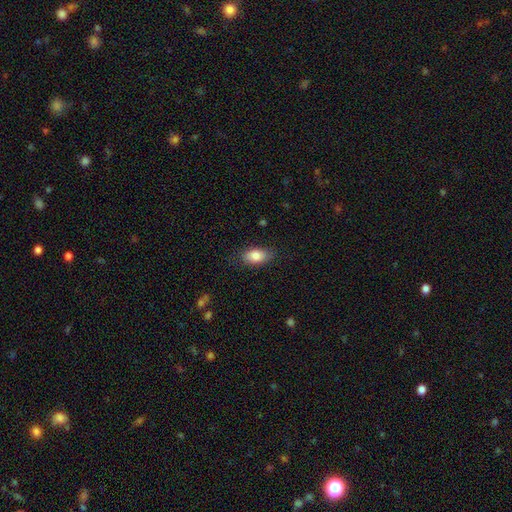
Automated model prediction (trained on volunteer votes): A smooth galaxy with no disk features (82%) that is in between round and cigar-shaped (91%).

Vote fractions:
- Smooth or featured? smooth: 82% / featured or disk: 11% / star or artifact: 7%
- How rounded? in between: 91% / round: 6% / cigar-shaped: 3%
- Merging? none: 81% / minor disturbance: 14% / major disturbance: 3% / merger: 1%